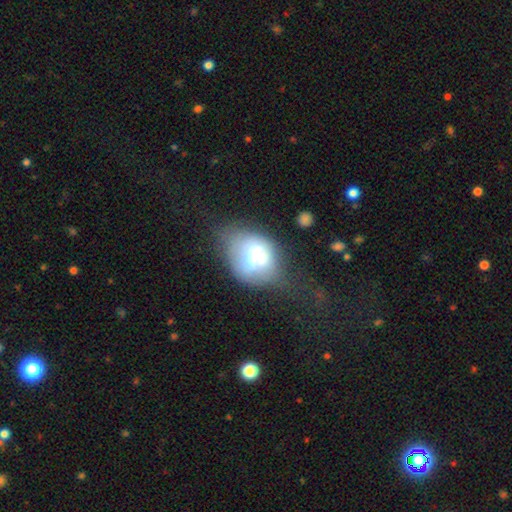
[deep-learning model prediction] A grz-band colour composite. It shows a smooth galaxy with no disk features (59%) that is in between round and cigar-shaped (62%). Merging: none (27%).